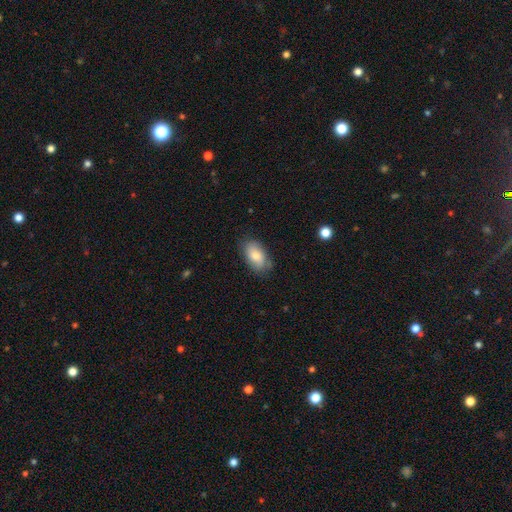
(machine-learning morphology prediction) This appears to be a smooth galaxy with no disk features (77%) that is in between round and cigar-shaped (92%). Merging: none (75%).